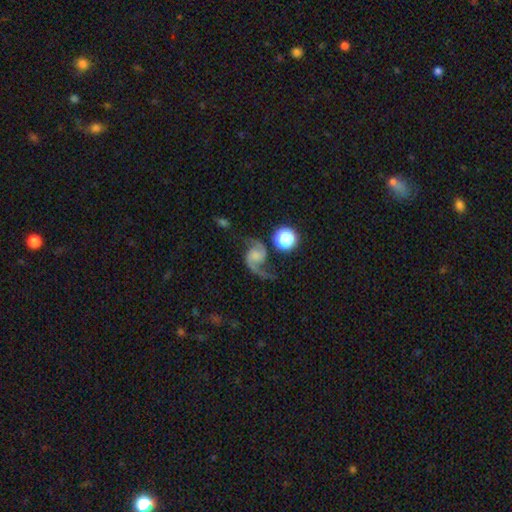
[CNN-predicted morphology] This is clearly a featured or disk galaxy (85%). It is clearly not viewed edge-on (98%). Bar: likely no (62%). Spiral arm pattern: clearly yes (97%). Spiral arm count: clearly 2 (91%). Spiral winding: likely loose (69%). Central bulge: marginally none (43%). Merging: likely none (63%).